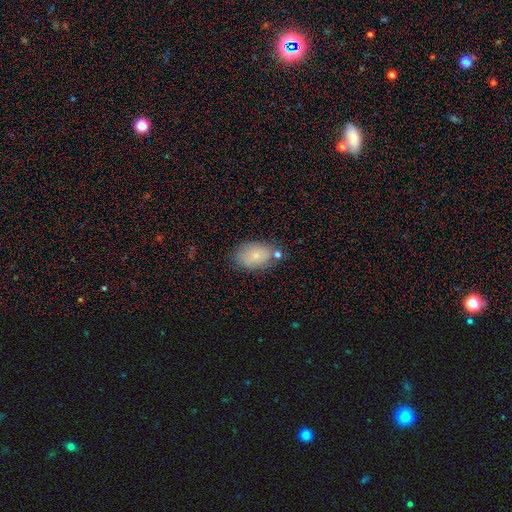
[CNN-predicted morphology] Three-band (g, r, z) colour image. It shows a smooth galaxy with no disk features (75%) that is in between round and cigar-shaped (88%). Merging: none (69%).